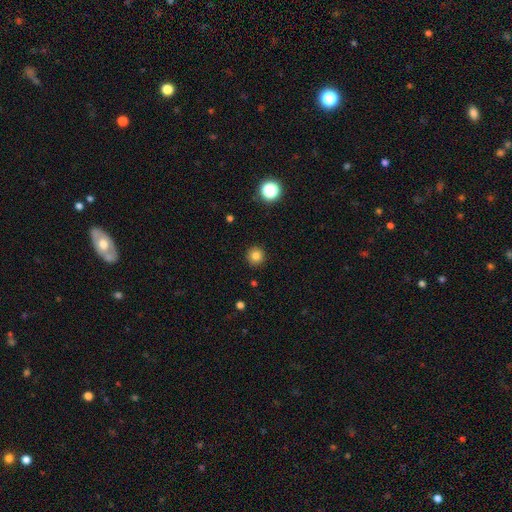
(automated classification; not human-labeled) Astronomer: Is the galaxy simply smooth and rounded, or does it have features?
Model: smooth — 82%.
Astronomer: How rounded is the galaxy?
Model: round — 95%.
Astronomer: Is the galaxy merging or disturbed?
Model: none — 92%.